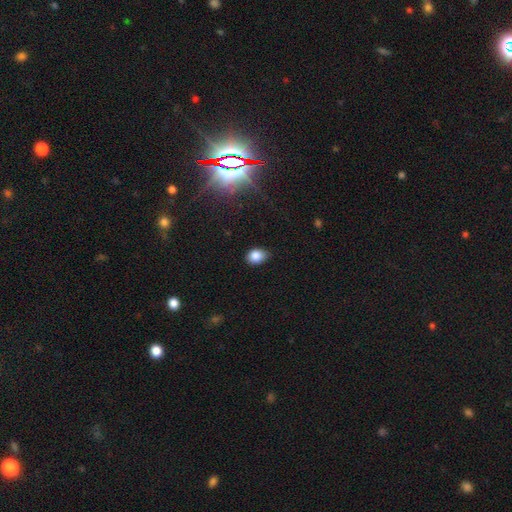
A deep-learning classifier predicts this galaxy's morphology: Smooth or featured? smooth (83%)
How rounded? in between (67%)
Merging? none (76%)